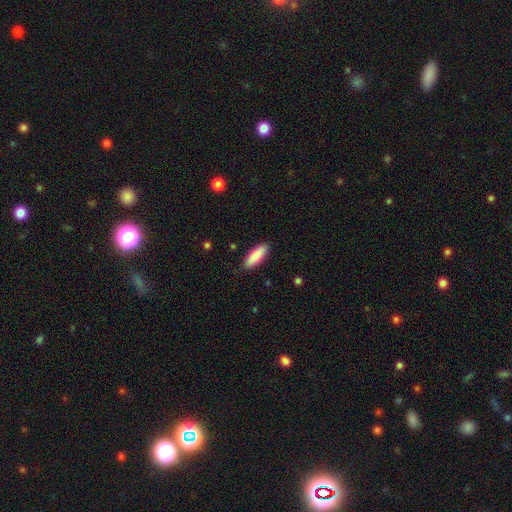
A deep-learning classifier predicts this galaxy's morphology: The model was most divided on "how rounded": in between: 58%, cigar-shaped: 41%, round: 2%. More confident: merging — none (89%); smooth or featured — smooth (88%).